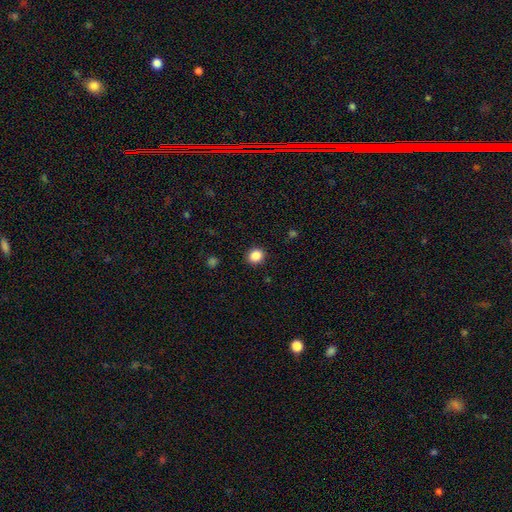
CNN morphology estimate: The model was most divided on "how rounded": round: 77%, in between: 22%, cigar-shaped: 1%. More confident: merging — none (90%); smooth or featured — smooth (87%).